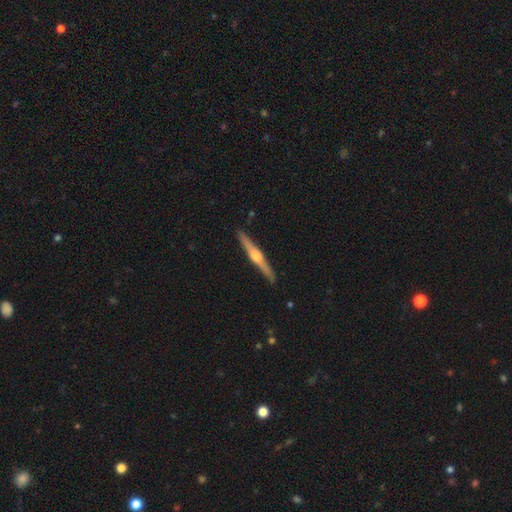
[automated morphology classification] This is likely a featured or disk galaxy (78%). It is clearly viewed edge-on (98%). Edge-on bulge: clearly rounded (89%). Merging: clearly none (91%).